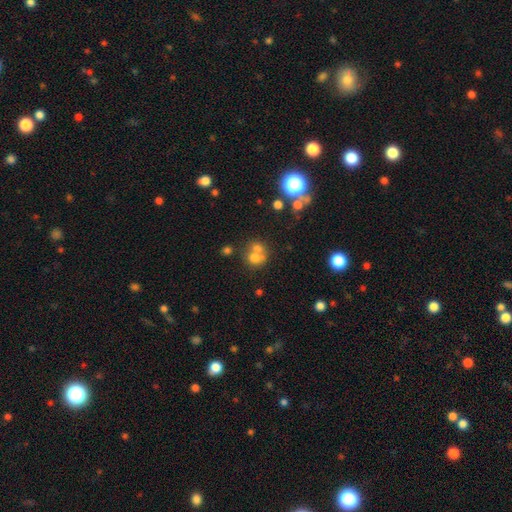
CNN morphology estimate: Overall: smooth (66%). How rounded: round (70%). Merging: merger (57%; none 32%).